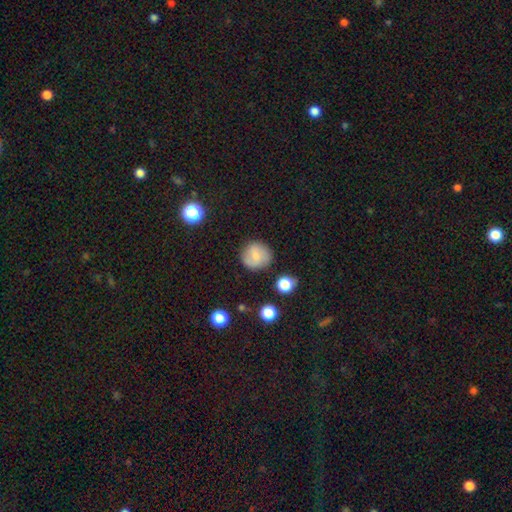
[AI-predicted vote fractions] Q: Smooth or featured?
A: smooth (68%); runner-up: featured or disk (23%)
Q: How rounded?
A: round (91%); runner-up: in between (8%)
Q: Merging?
A: none (83%); runner-up: minor disturbance (11%)